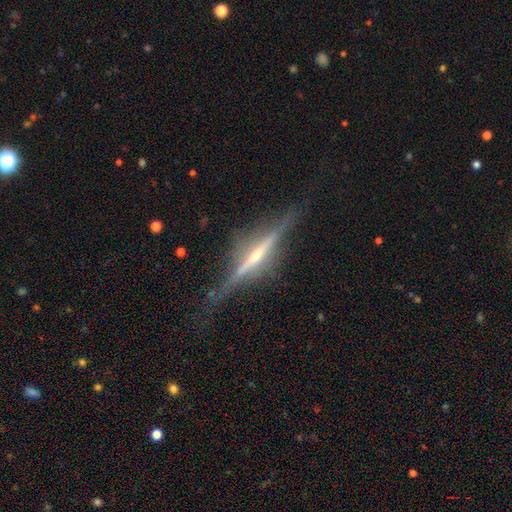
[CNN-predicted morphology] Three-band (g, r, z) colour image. It shows a featured or disk galaxy (83%) viewed edge-on (97%) with a rounded central bulge (73%). Merging: none (81%).